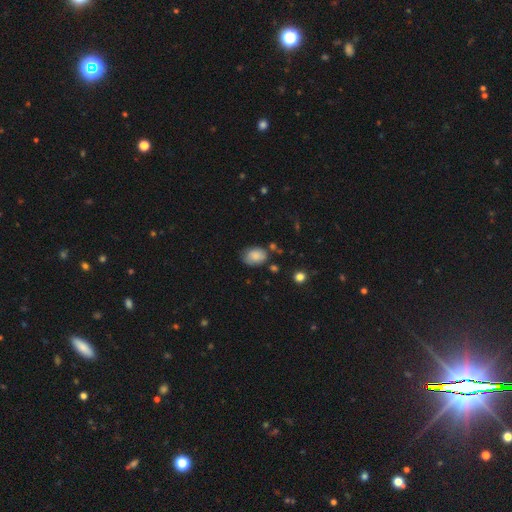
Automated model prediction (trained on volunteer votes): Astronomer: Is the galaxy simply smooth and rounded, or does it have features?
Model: smooth — 83%.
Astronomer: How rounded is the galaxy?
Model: in between — 74%.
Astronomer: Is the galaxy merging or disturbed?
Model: none — 64%.